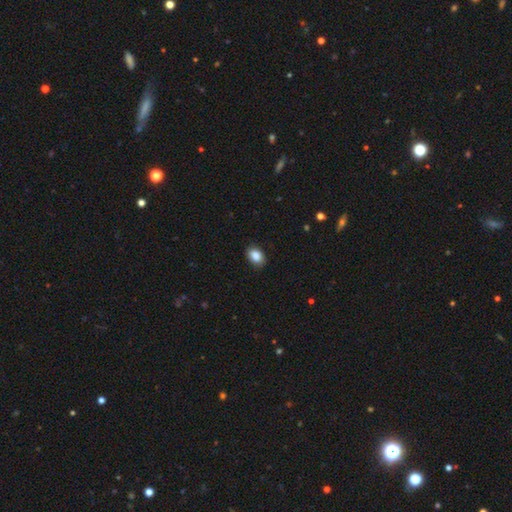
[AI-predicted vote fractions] smooth-or-featured: smooth: 88% | star or artifact: 8% | featured or disk: 5%
  how-rounded: in between: 79% | round: 20% | cigar-shaped: 1%
  merging: none: 82% | minor disturbance: 14% | major disturbance: 3% | merger: 1%